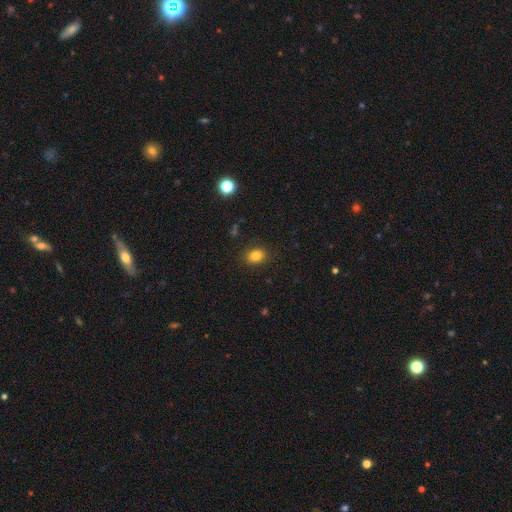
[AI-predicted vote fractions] This is clearly a smooth galaxy (83%). How rounded: likely in between (63%). Merging: clearly none (87%).